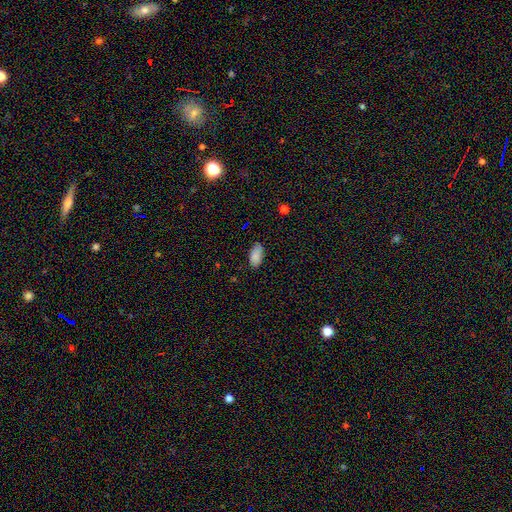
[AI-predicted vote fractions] Smooth or featured? Predicted: smooth (p=0.88). How rounded? Predicted: in between (p=0.93). Merging? Predicted: none (p=0.82).